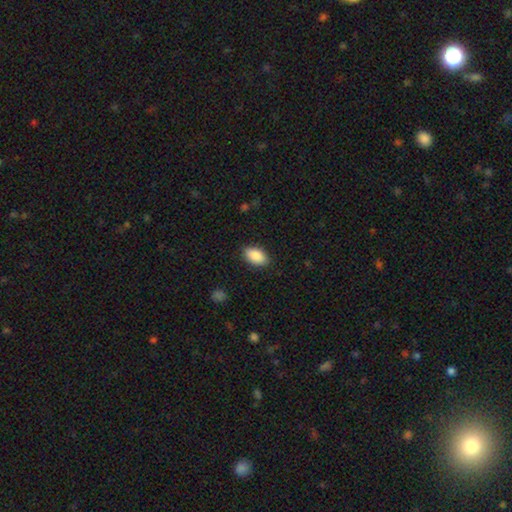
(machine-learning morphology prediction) Smooth or featured? Predicted: smooth (p=0.89). How rounded? Predicted: in between (p=0.94). Merging? Predicted: none (p=0.88).